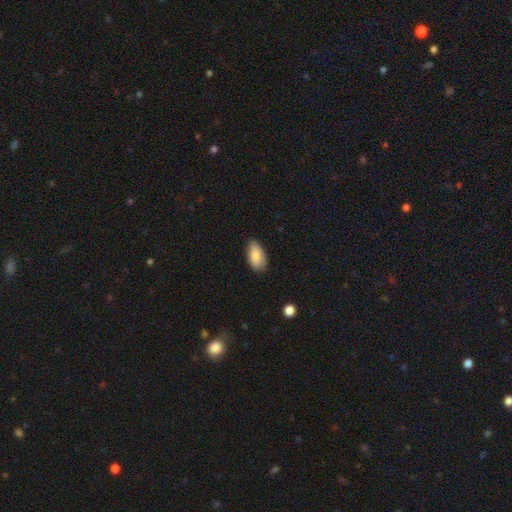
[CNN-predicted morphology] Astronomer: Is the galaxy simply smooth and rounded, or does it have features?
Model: smooth — 84%.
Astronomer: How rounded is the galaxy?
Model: in between — 92%.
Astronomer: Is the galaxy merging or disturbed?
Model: none — 78%.